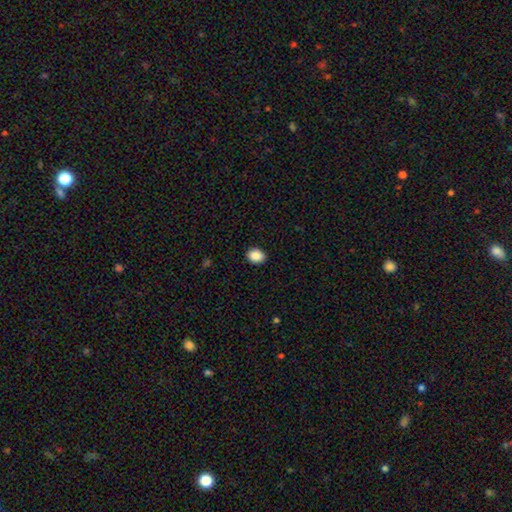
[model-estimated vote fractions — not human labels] Morphology: type=smooth (88%); roundness=in between (54%); merging=none (90%).